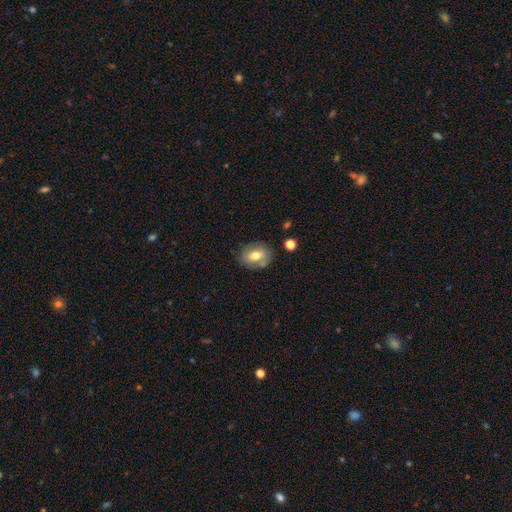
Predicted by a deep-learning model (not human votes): smooth 66%, featured or disk 25%, star or artifact 9%. Down the decision tree: how rounded — in between (58%); merging — none (74%).